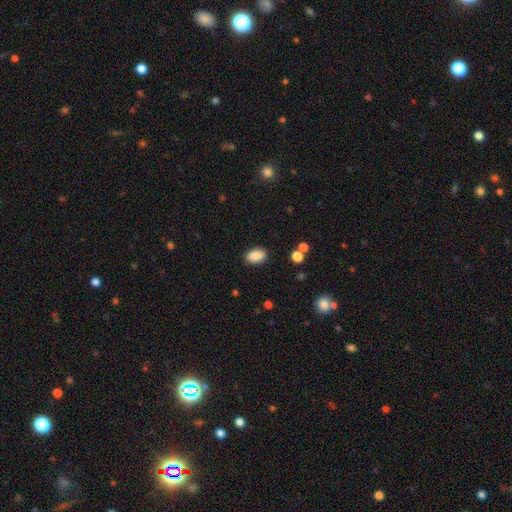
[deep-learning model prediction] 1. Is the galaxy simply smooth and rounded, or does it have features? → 87% smooth, 8% star or artifact, 5% featured or disk.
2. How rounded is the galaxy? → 89% in between, 10% round, 2% cigar-shaped.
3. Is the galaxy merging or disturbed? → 86% none, 10% minor disturbance, 3% major disturbance, 2% merger.